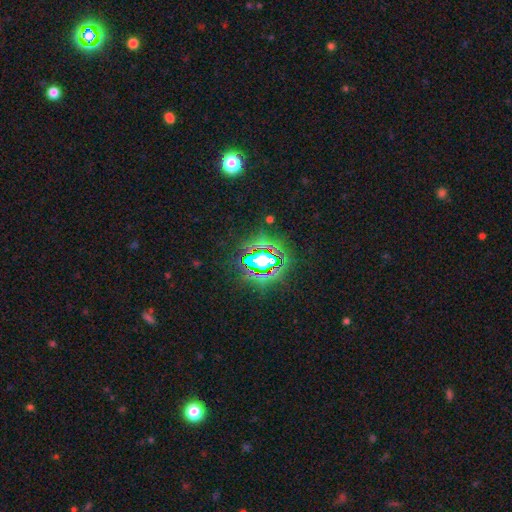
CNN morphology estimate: star or artifact 70%, smooth 19%, featured or disk 11%.